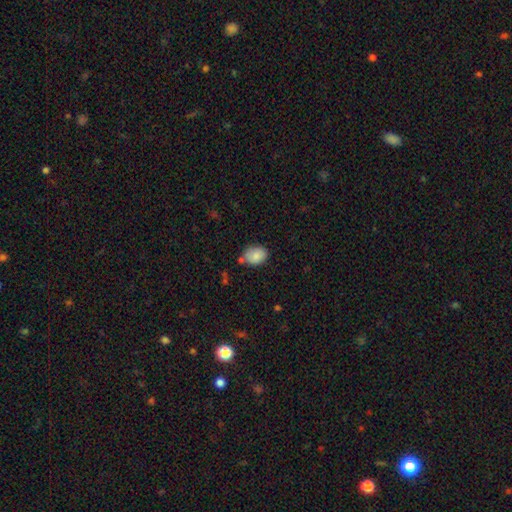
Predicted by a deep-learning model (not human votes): Overall: smooth (86%). How rounded: in between (65%; round 34%). Merging: none (66%).